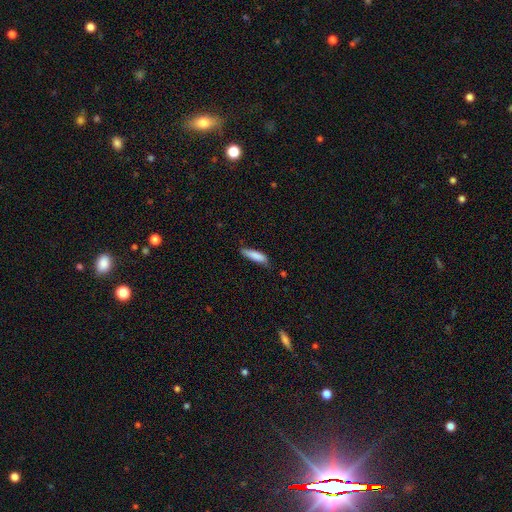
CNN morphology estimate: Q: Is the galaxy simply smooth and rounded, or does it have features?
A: smooth — 83%.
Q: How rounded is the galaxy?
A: cigar-shaped — 71%.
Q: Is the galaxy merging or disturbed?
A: none — 68%.